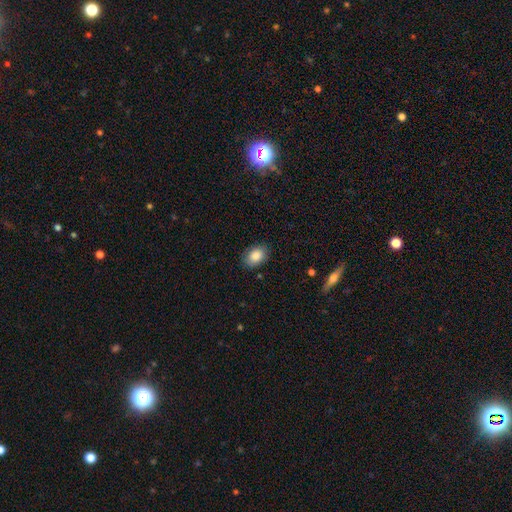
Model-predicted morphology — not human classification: A smooth galaxy with no disk features (86%) that is in between round and cigar-shaped (83%). Merging: none (84%).